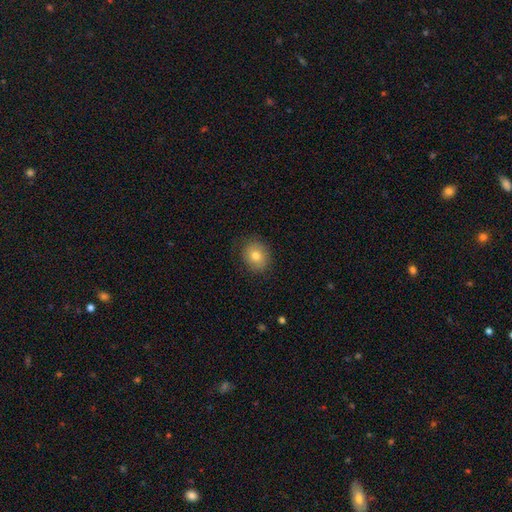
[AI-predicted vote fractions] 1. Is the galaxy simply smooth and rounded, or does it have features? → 78% smooth, 12% featured or disk, 10% star or artifact.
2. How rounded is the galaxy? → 66% round, 33% in between, 1% cigar-shaped.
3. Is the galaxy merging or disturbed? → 83% none, 13% minor disturbance, 3% major disturbance, 1% merger.